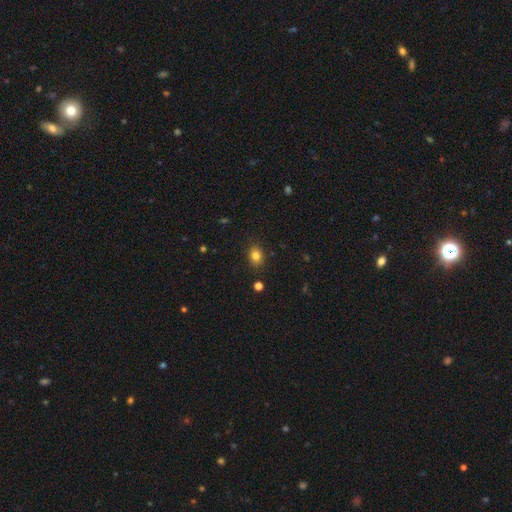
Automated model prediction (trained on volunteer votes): smooth-or-featured: smooth: 82% | star or artifact: 12% | featured or disk: 6%
  how-rounded: in between: 52% | round: 47% | cigar-shaped: 1%
  merging: none: 87% | minor disturbance: 9% | major disturbance: 2% | merger: 2%